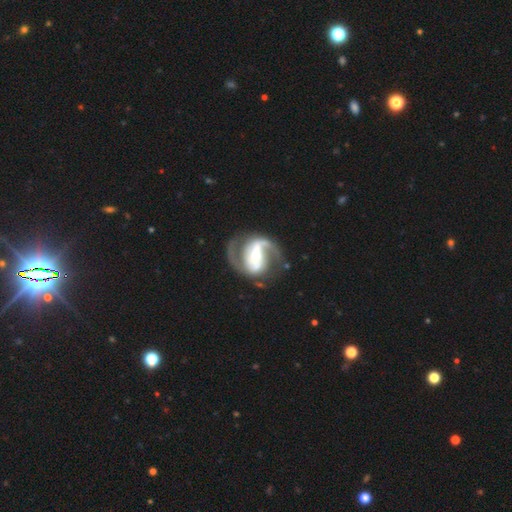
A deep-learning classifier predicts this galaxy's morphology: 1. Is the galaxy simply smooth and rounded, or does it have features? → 90% featured or disk, 5% smooth, 4% star or artifact.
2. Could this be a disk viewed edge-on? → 98% no, 2% yes.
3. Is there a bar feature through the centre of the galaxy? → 49% strong, 29% weak, 22% no.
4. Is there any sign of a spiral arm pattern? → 96% yes, 4% no.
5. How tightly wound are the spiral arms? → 54% medium, 30% loose, 17% tight.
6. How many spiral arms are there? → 92% 2, 3% 1, 2% can't tell, 1% 3, 1% 4, 1% more than 4.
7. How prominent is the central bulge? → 52% moderate, 39% small, 6% large, 1% none, 1% dominant.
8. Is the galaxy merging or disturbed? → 73% none, 14% minor disturbance, 11% major disturbance, 3% merger.